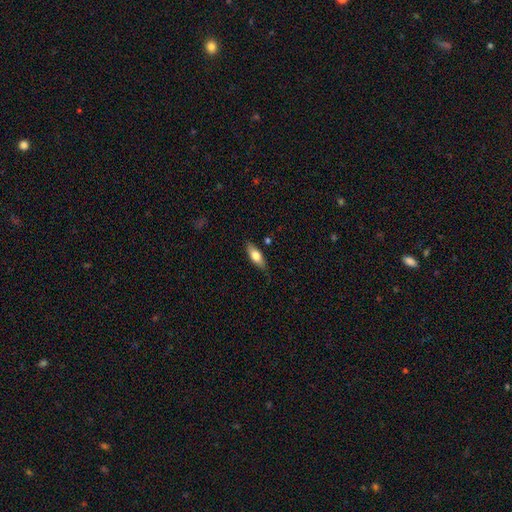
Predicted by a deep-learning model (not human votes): A smooth galaxy with no disk features (67%) that is in between round and cigar-shaped (66%). Merging: none (76%).